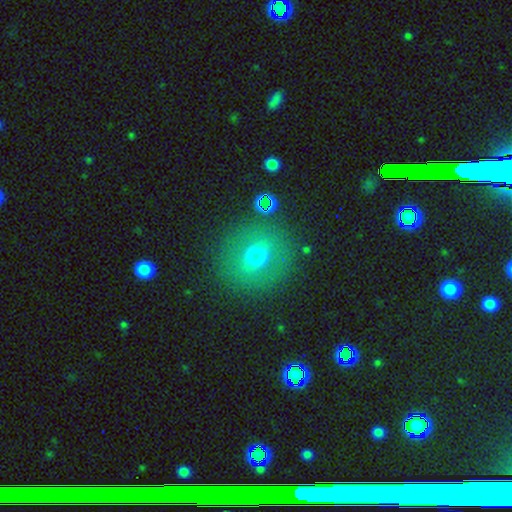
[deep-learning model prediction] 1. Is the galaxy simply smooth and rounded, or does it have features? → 57% smooth, 27% star or artifact, 16% featured or disk.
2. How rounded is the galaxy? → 82% round, 17% in between, 1% cigar-shaped.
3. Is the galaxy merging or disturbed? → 86% none, 8% minor disturbance, 3% major disturbance, 2% merger.